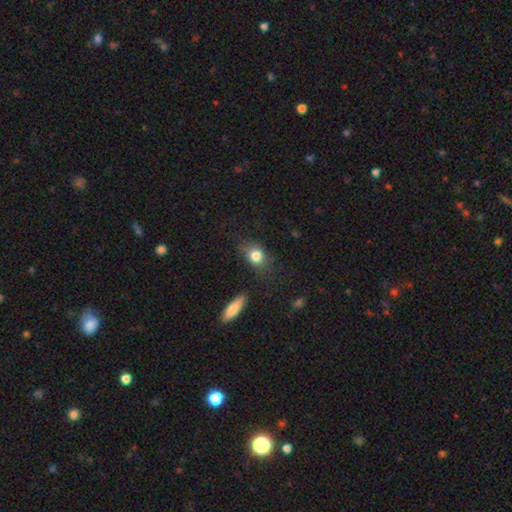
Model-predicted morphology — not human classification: type=smooth (81%); roundness=in between (52%); merging=none (67%).